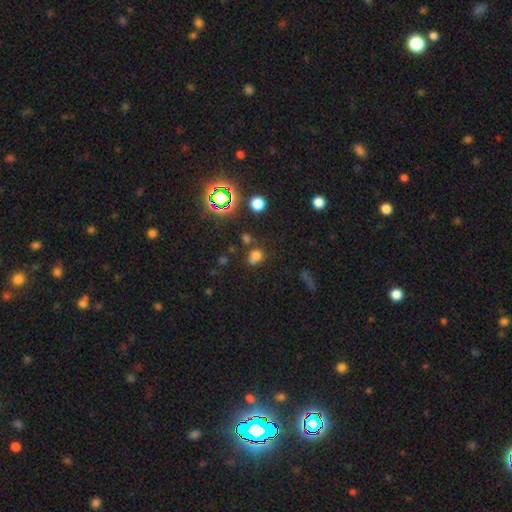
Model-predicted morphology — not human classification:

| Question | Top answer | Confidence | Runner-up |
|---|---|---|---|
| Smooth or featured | smooth | 65% | star or artifact (25%) |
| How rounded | round | 57% | in between (42%) |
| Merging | none | 51% | merger (23%) |